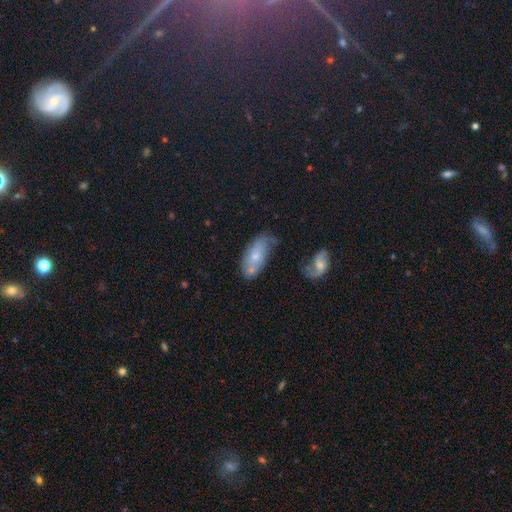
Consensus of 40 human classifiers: Smooth or featured: smooth — 62% (featured or disk — 32%)
How rounded: in between — 88% (cigar-shaped — 12%)
Merging: merger — 34% (none — 29%)